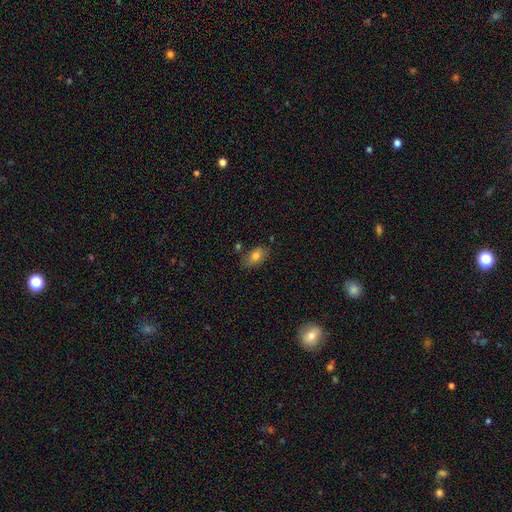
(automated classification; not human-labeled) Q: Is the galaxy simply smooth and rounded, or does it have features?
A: smooth — 77%.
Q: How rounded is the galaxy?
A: in between — 87%.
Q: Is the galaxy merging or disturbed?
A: none — 74%.